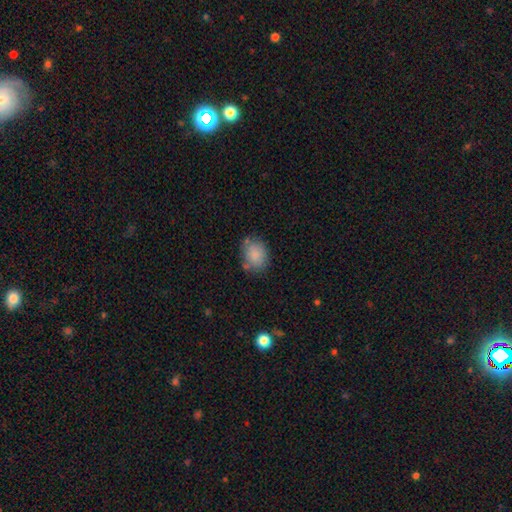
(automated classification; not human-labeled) A smooth galaxy with no disk features (84%) that is in between round and cigar-shaped (58%). Merging: none (68%).